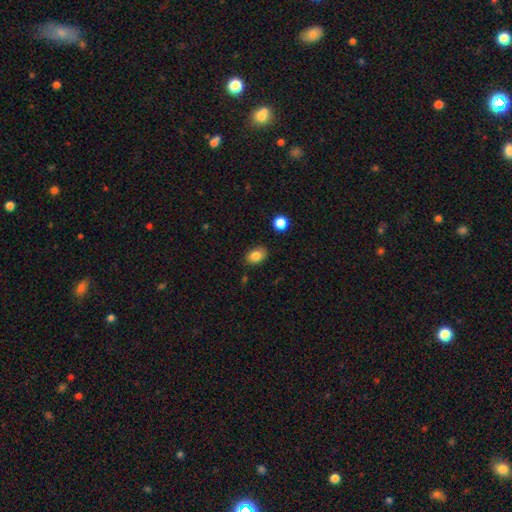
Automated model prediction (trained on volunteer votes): Smooth or featured?
  - smooth: 84% *
  - star or artifact: 9%
  - featured or disk: 6%
How rounded?
  - in between: 74% *
  - round: 25%
  - cigar-shaped: 1%
Merging?
  - none: 82% *
  - minor disturbance: 13%
  - major disturbance: 3%
  - merger: 2%